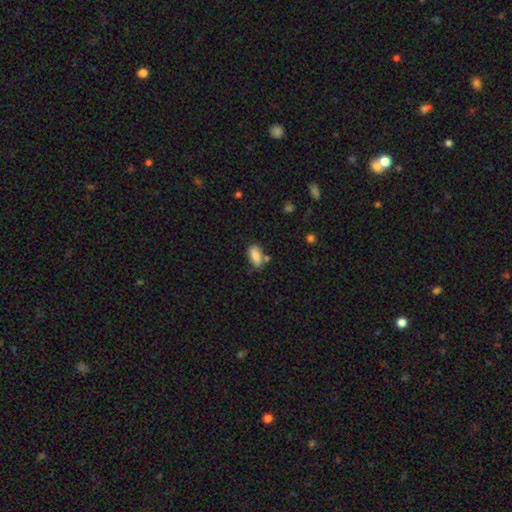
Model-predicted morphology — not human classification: The model was most divided on "merging": none: 58%, minor disturbance: 24%, merger: 13%, major disturbance: 6%. More confident: how rounded — in between (90%); smooth or featured — smooth (84%).